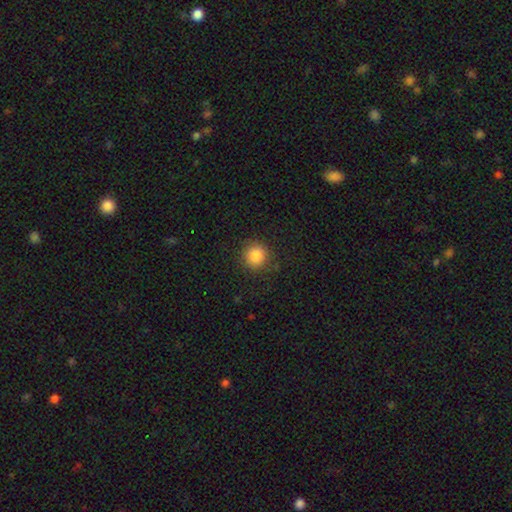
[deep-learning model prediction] Q: Smooth or featured?
A: smooth (86%); runner-up: star or artifact (10%)
Q: How rounded?
A: round (93%); runner-up: in between (6%)
Q: Merging?
A: none (87%); runner-up: minor disturbance (9%)